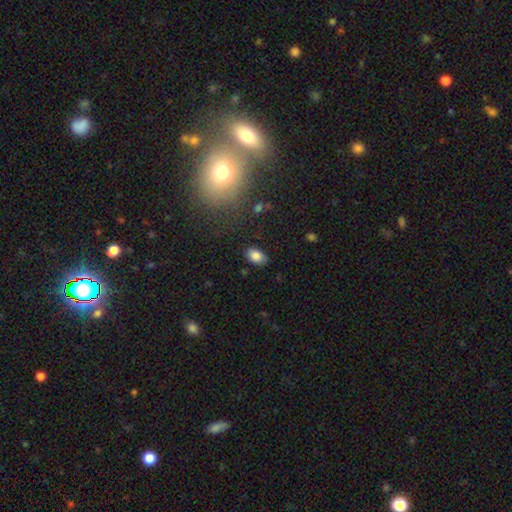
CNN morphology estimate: smooth_or_featured: smooth (p=0.84) [alt: star or artifact p=0.09]
how_rounded: in between (p=0.89) [alt: round p=0.10]
merging: none (p=0.85) [alt: minor disturbance p=0.11]